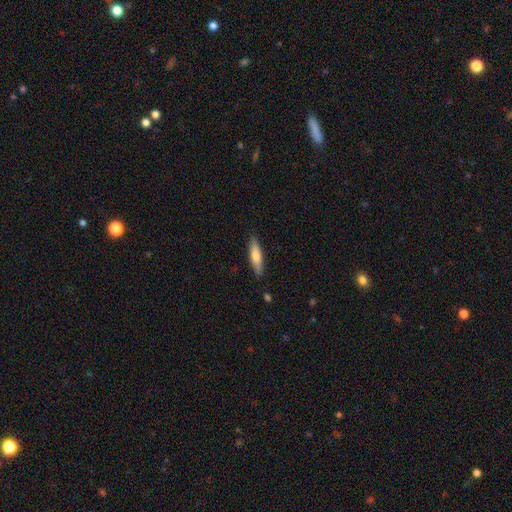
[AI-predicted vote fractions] A smooth galaxy with no disk features (66%) that is cigar-shaped (73%). Merging: none (87%).